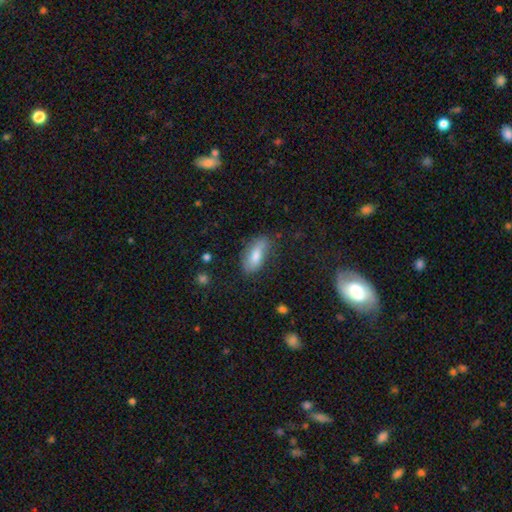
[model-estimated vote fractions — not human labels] smooth 70%, featured or disk 22%, star or artifact 8%. Down the decision tree: how rounded — in between (84%); merging — none (68%).